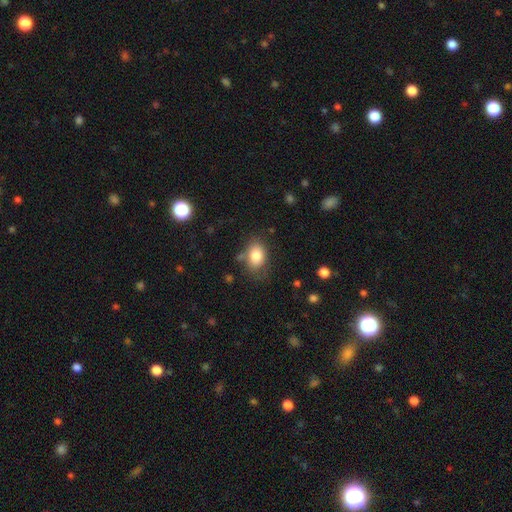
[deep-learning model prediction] Smooth or featured? Predicted: smooth (p=0.82). How rounded? Predicted: in between (p=0.79). Merging? Predicted: none (p=0.70).